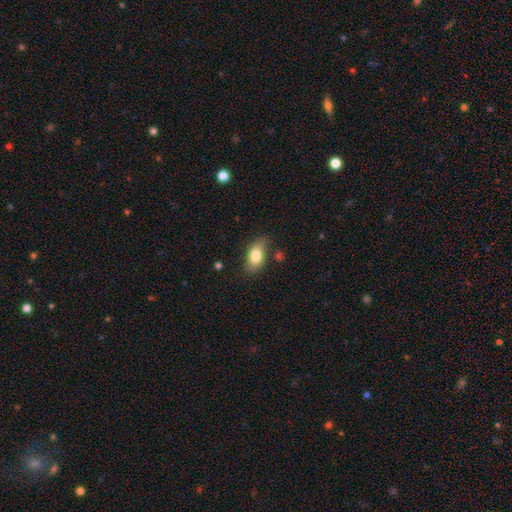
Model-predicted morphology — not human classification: A smooth galaxy with no disk features (79%) that is in between round and cigar-shaped (86%).

Vote fractions:
- Smooth or featured? smooth: 79% / featured or disk: 14% / star or artifact: 7%
- How rounded? in between: 86% / round: 7% / cigar-shaped: 7%
- Merging? none: 72% / minor disturbance: 20% / major disturbance: 5% / merger: 3%